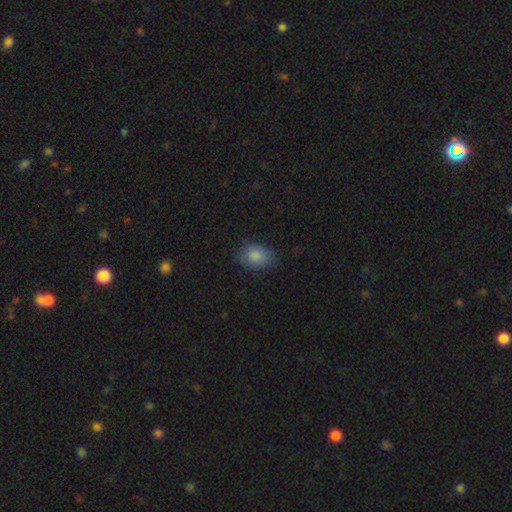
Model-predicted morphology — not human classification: smooth_or_featured: smooth (p=0.85) [alt: star or artifact p=0.08]
how_rounded: in between (p=0.72) [alt: round p=0.27]
merging: none (p=0.74) [alt: minor disturbance p=0.20]